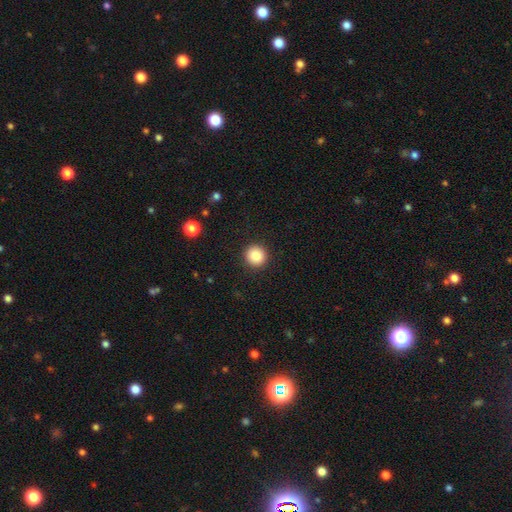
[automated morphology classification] This appears to be a smooth galaxy with no disk features (86%) that is round (94%). Merging: none (92%).